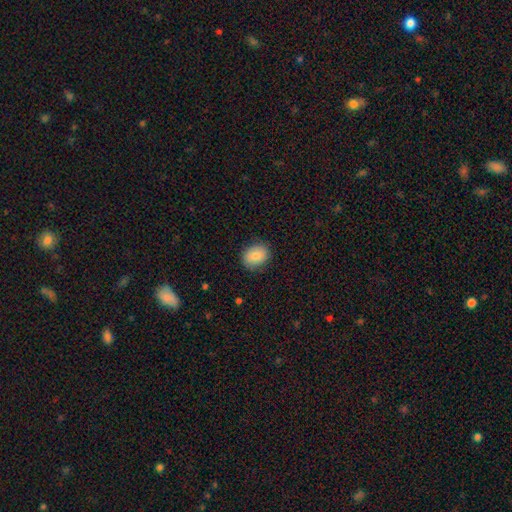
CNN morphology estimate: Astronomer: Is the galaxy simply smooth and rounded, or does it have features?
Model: smooth — 86%.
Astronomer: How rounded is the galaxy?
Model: in between — 58% (runner-up: round, 41%).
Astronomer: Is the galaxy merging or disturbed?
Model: none — 85%.